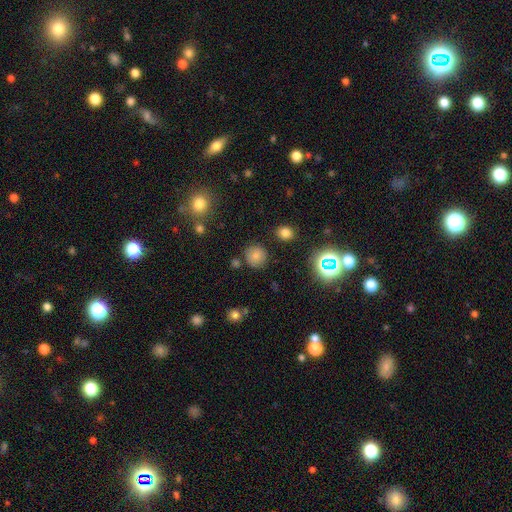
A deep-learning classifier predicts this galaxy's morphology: This appears to be a smooth galaxy with no disk features (73%) that is round (91%). Merging: none (84%).